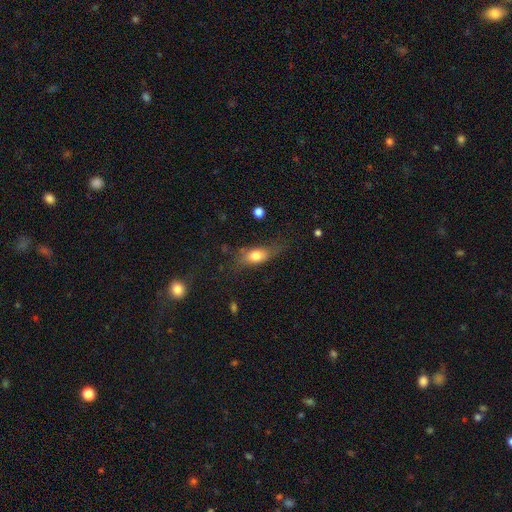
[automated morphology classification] smooth 74%, featured or disk 17%, star or artifact 9%. Down the decision tree: how rounded — in between (76%); merging — none (56%).